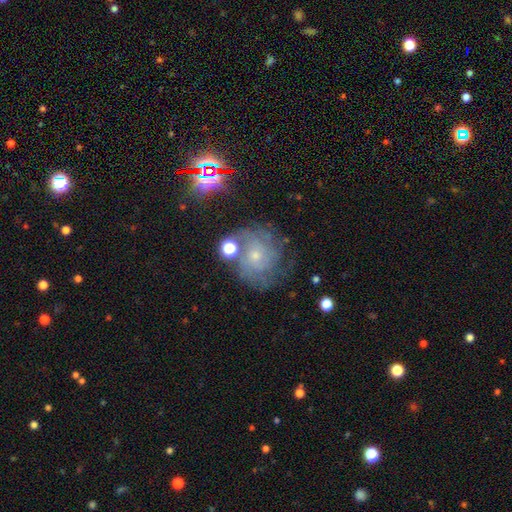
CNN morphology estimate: featured or disk 67%, smooth 18%, star or artifact 15%. Down the decision tree: edge-on disk — no (97%); bar — no (78%); spiral arms — yes (89%); spiral arm count — can't tell (42%); spiral winding — tight (61%); bulge size — small (73%); merging — none (64%).